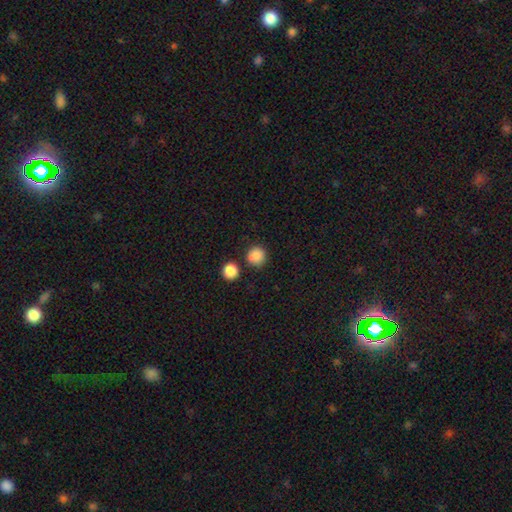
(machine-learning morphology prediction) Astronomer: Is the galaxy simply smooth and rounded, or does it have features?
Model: smooth — 86%.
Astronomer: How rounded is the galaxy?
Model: round — 92%.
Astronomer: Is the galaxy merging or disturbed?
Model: none — 79%.